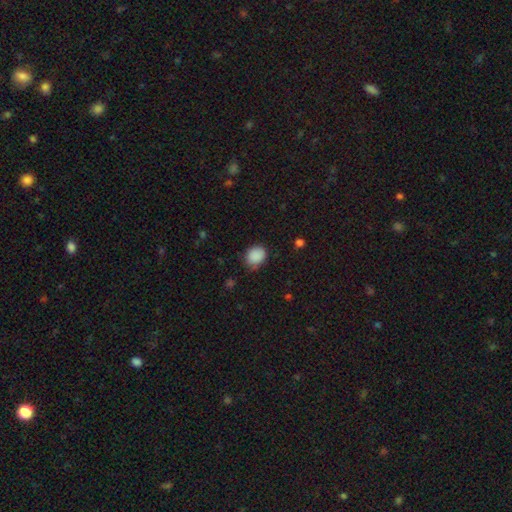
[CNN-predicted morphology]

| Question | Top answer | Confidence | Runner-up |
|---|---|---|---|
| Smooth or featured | smooth | 88% | star or artifact (8%) |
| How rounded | round | 55% | in between (44%) |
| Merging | none | 74% | minor disturbance (20%) |